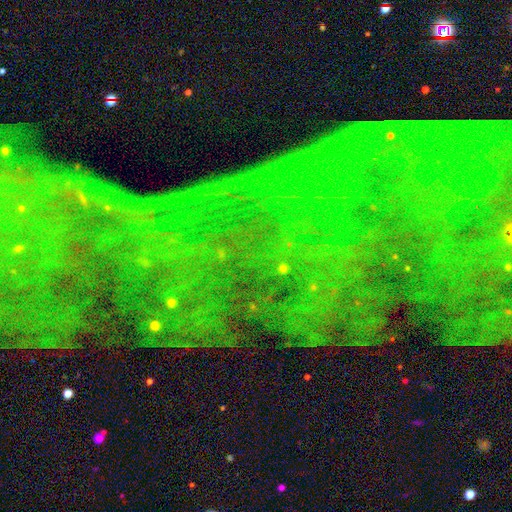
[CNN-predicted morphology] Overall: star or artifact (82%).